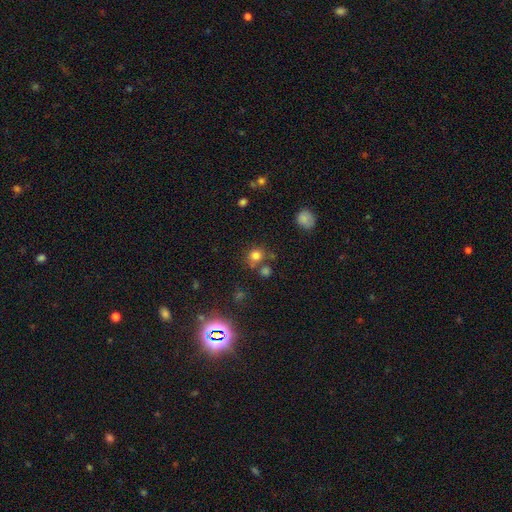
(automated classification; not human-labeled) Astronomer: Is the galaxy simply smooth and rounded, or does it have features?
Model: smooth — 74%.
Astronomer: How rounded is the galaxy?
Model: round — 85%.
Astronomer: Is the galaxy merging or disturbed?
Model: none — 63%.